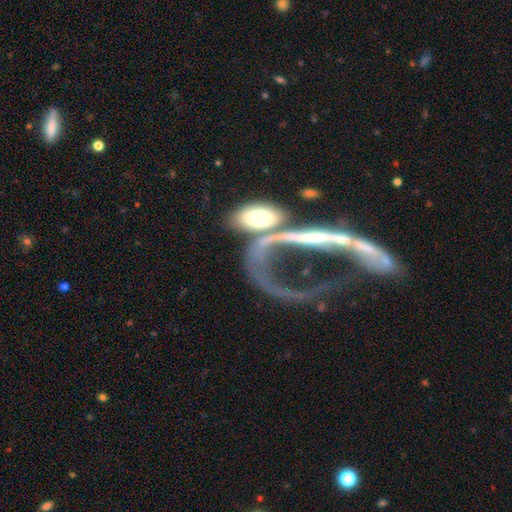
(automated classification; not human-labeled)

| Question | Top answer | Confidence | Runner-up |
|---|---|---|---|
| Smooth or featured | featured or disk | 65% | smooth (20%) |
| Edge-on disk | no | 82% | yes (18%) |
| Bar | no | 63% | strong (19%) |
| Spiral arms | no | 58% | yes (42%) |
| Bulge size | small | 33% | none (29%) |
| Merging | merger | 44% | major disturbance (34%) |